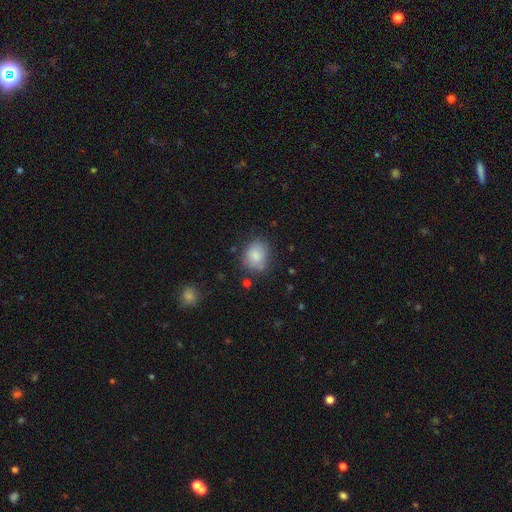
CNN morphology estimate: Q: Smooth or featured?
A: smooth (82%); runner-up: featured or disk (10%)
Q: How rounded?
A: round (59%); runner-up: in between (40%)
Q: Merging?
A: none (71%); runner-up: minor disturbance (19%)